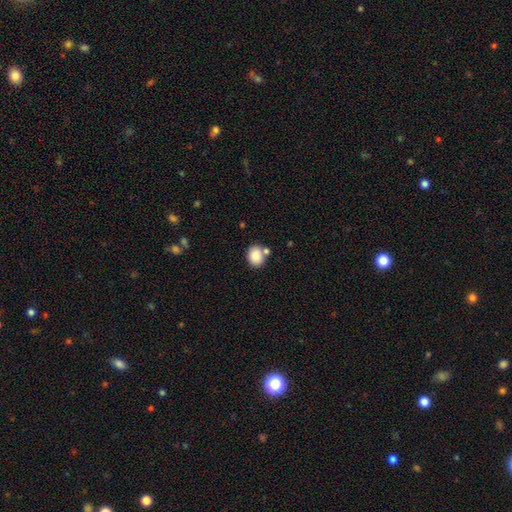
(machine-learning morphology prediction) smooth_or_featured: smooth (p=0.86) [alt: star or artifact p=0.08]
how_rounded: round (p=0.56) [alt: in between p=0.43]
merging: none (p=0.66) [alt: merger p=0.19]